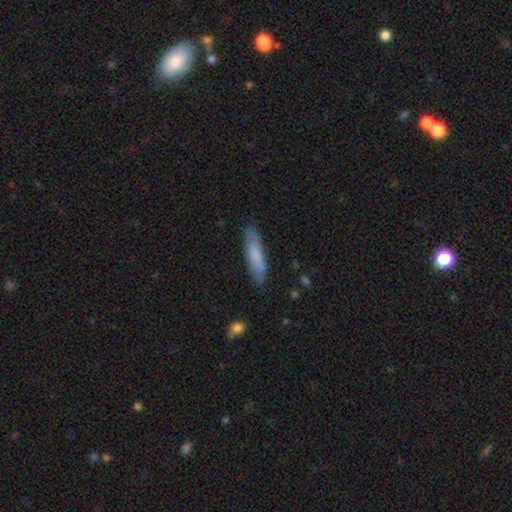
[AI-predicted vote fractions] Morphology: type=smooth (73%); roundness=cigar-shaped (82%); merging=none (83%).